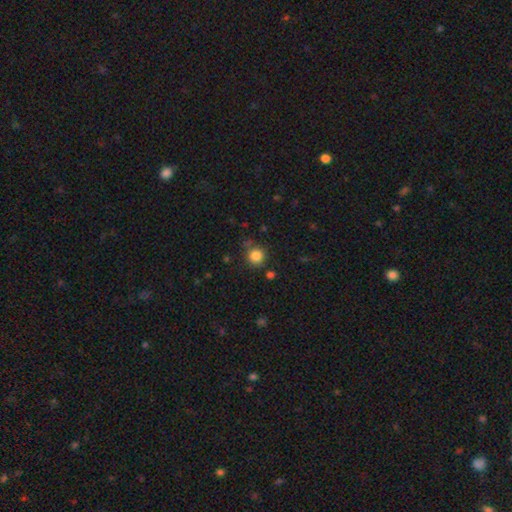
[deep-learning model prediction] Smooth or featured?
  - smooth: 84% *
  - star or artifact: 12%
  - featured or disk: 5%
How rounded?
  - round: 92% *
  - in between: 7%
  - cigar-shaped: 1%
Merging?
  - none: 80% *
  - minor disturbance: 11%
  - merger: 5%
  - major disturbance: 4%